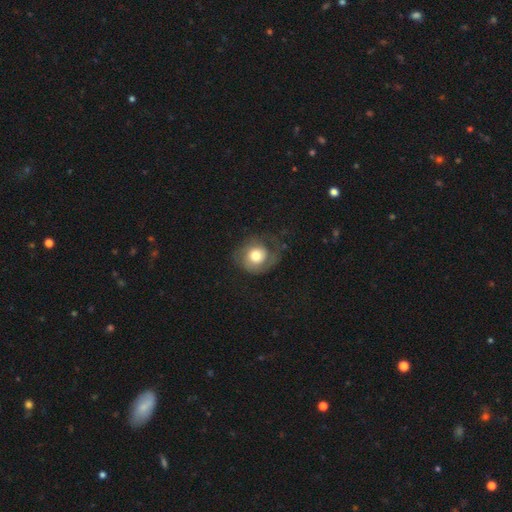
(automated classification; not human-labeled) smooth 55%, featured or disk 37%, star or artifact 8%. Down the decision tree: how rounded — round (77%); merging — none (45%).